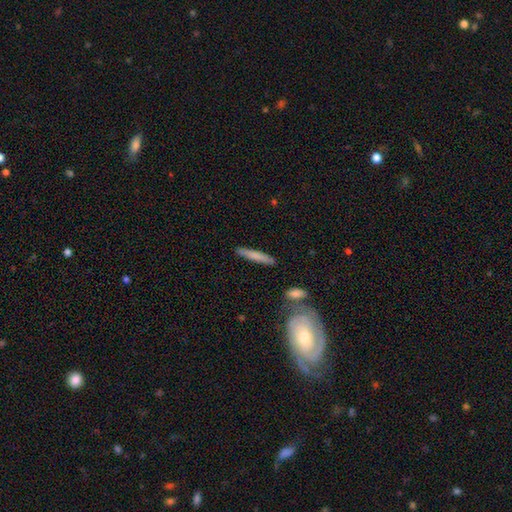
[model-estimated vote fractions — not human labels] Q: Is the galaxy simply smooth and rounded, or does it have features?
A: smooth — 72%.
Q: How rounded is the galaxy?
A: cigar-shaped — 92%.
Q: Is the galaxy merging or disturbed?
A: none — 84%.